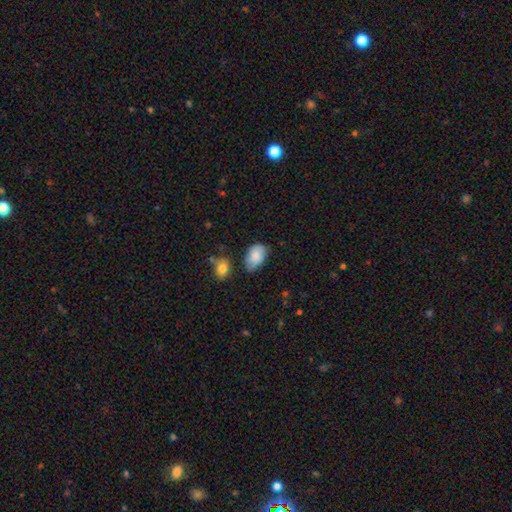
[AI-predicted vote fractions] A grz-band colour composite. It shows a smooth galaxy with no disk features (82%) that is in between round and cigar-shaped (89%). Merging: none (56%).